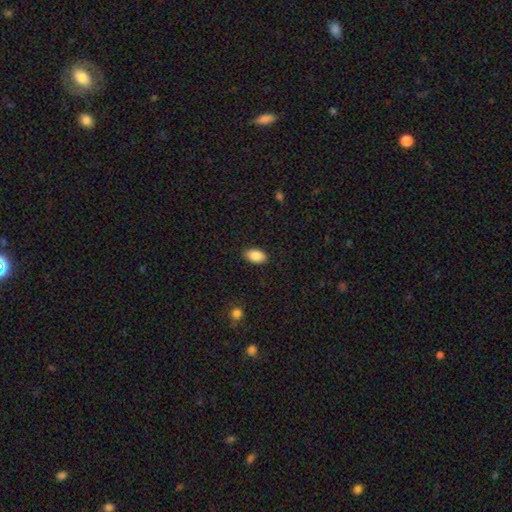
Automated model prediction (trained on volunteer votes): A smooth galaxy with no disk features (88%) that is in between round and cigar-shaped (93%).

Vote fractions:
- Smooth or featured? smooth: 88% / star or artifact: 7% / featured or disk: 5%
- How rounded? in between: 93% / round: 5% / cigar-shaped: 2%
- Merging? none: 87% / minor disturbance: 10% / major disturbance: 2% / merger: 1%